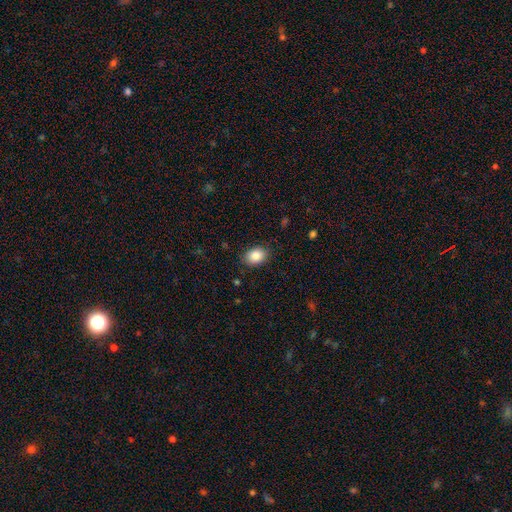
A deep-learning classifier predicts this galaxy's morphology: type=smooth (87%); roundness=in between (70%); merging=none (85%).